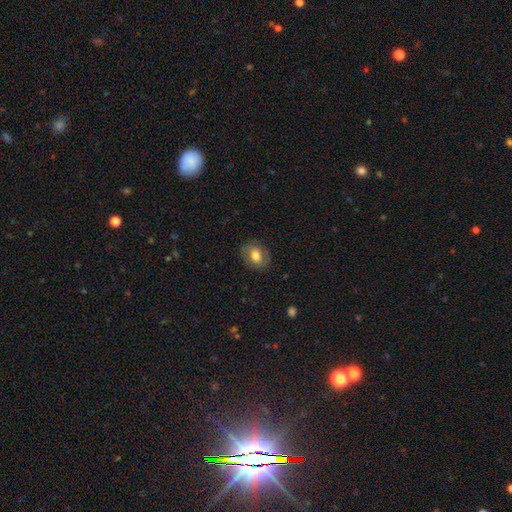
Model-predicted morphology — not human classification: type=smooth (67%); roundness=in between (60%); merging=none (80%).